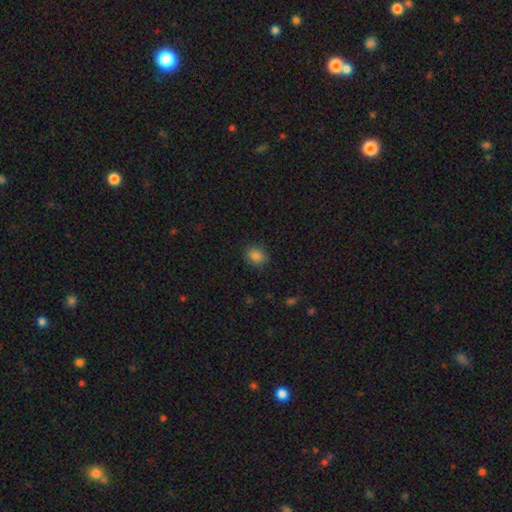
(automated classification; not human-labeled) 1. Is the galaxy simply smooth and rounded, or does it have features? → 85% smooth, 11% star or artifact, 4% featured or disk.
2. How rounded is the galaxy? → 59% round, 40% in between, 1% cigar-shaped.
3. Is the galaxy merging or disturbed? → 86% none, 10% minor disturbance, 3% major disturbance, 1% merger.